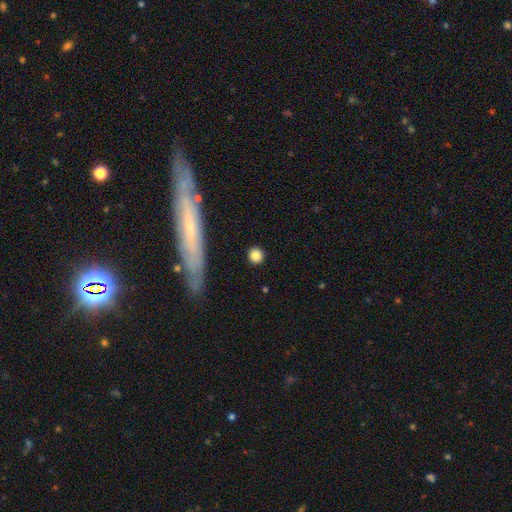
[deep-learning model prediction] Q: Smooth or featured?
A: smooth (83%); runner-up: star or artifact (9%)
Q: How rounded?
A: round (92%); runner-up: in between (6%)
Q: Merging?
A: none (90%); runner-up: minor disturbance (6%)